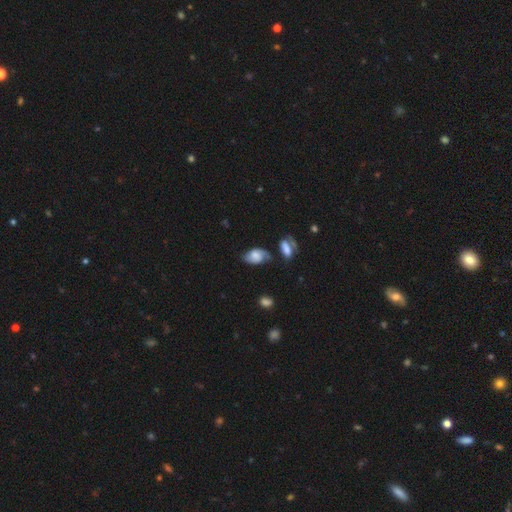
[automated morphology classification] featured or disk 45% (tied), smooth 45% (tied), star or artifact 10%. Down the decision tree: merging — none (55%).